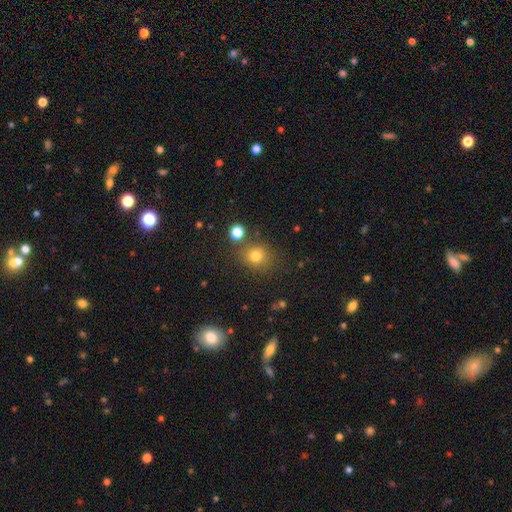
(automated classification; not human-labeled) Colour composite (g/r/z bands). It shows a smooth galaxy with no disk features (76%) that is round (77%). Merging: none (74%).